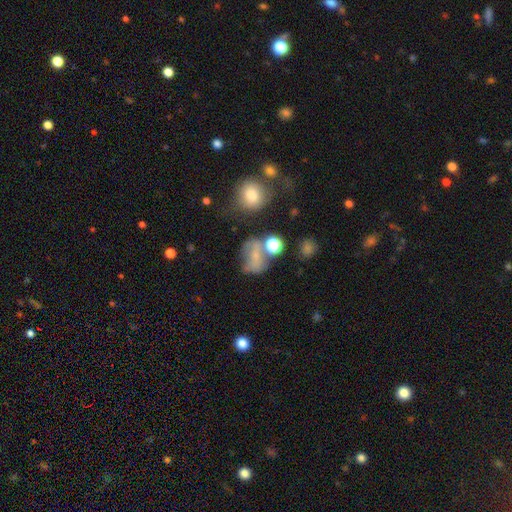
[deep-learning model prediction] smooth-or-featured: smooth: 52% | featured or disk: 30% | star or artifact: 18%
  how-rounded: in between: 49% | round: 48% | cigar-shaped: 3%
  merging: none: 36% | major disturbance: 22% | merger: 21% | minor disturbance: 21%